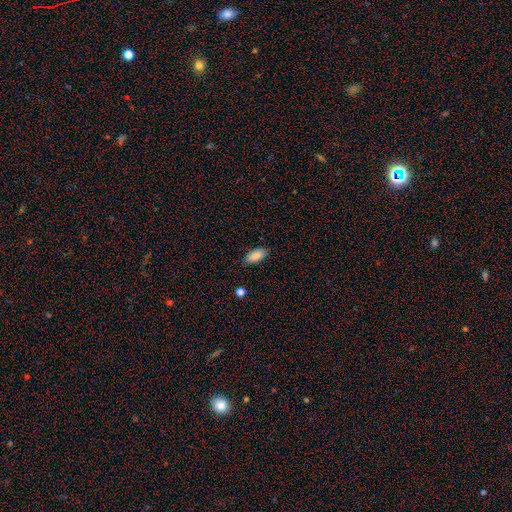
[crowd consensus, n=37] Volunteers were most divided on "merging": none: 81%, minor disturbance: 17%, merger: 3%, major disturbance: 0%. More confident: how rounded — in between (87%); smooth or featured — smooth (84%).